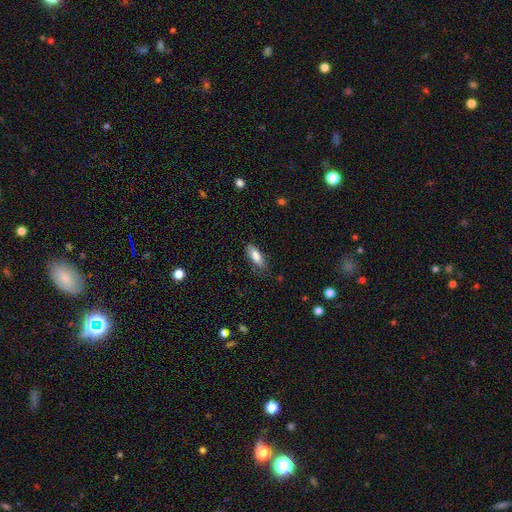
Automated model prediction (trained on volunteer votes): A smooth galaxy with no disk features (80%) that is in between round and cigar-shaped (66%). Merging: none (72%).